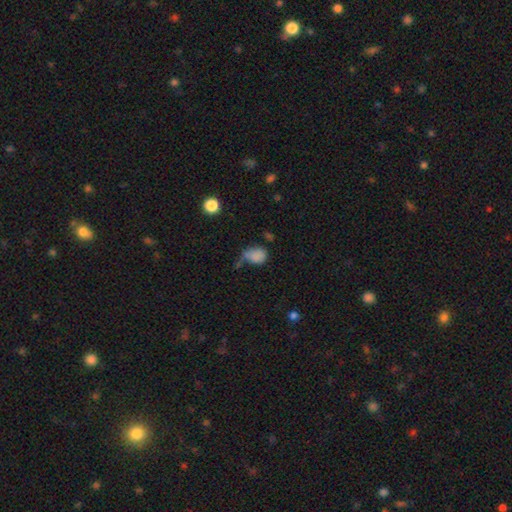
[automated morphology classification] The model was most divided on "merging": none: 31%, minor disturbance: 29%, major disturbance: 24%, merger: 16%. More confident: smooth or featured — smooth (79%); how rounded — in between (64%).